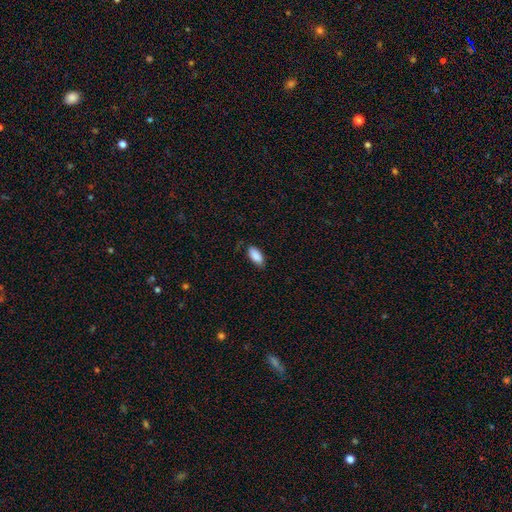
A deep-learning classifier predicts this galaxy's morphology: The model was most divided on "merging": none: 81%, minor disturbance: 15%, major disturbance: 3%, merger: 1%. More confident: how rounded — in between (91%); smooth or featured — smooth (90%).